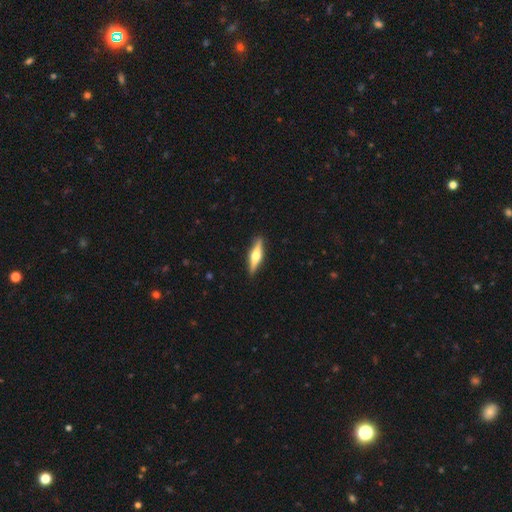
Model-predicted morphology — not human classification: This appears to be a featured or disk galaxy (62%) viewed edge-on (97%) with a rounded central bulge (93%). Merging: none (90%).